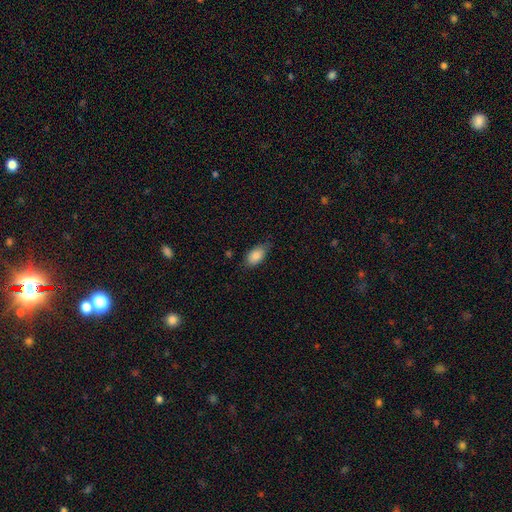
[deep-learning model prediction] Q: Smooth or featured?
A: smooth (85%); runner-up: featured or disk (8%)
Q: How rounded?
A: in between (91%); runner-up: round (6%)
Q: Merging?
A: none (71%); runner-up: minor disturbance (23%)